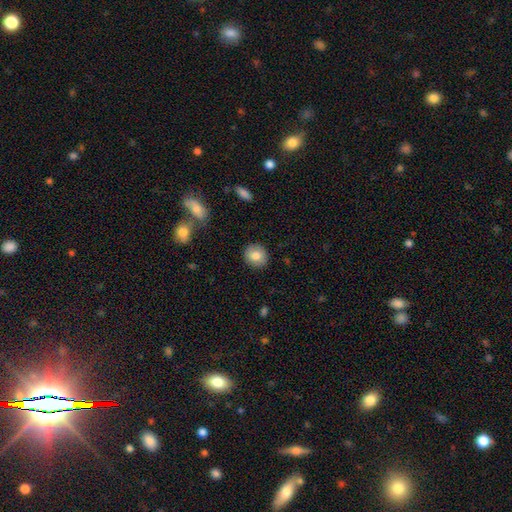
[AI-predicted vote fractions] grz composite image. It shows a smooth galaxy with no disk features (83%) that is round (81%). Merging: none (90%).